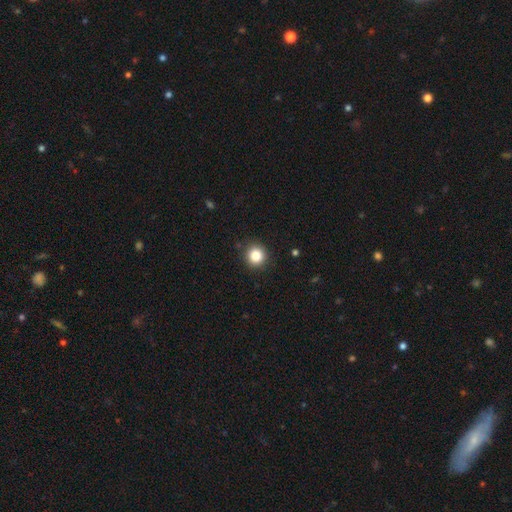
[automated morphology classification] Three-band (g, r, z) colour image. It shows a smooth galaxy with no disk features (85%) that is round (92%). Merging: none (90%).